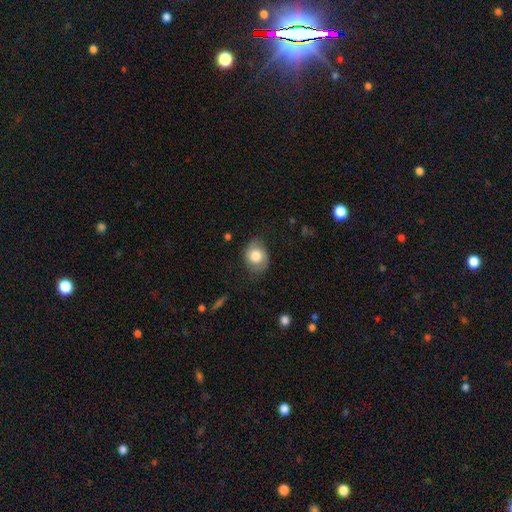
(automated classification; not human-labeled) Morphology: type=smooth (76%); roundness=in between (50%); merging=none (70%).